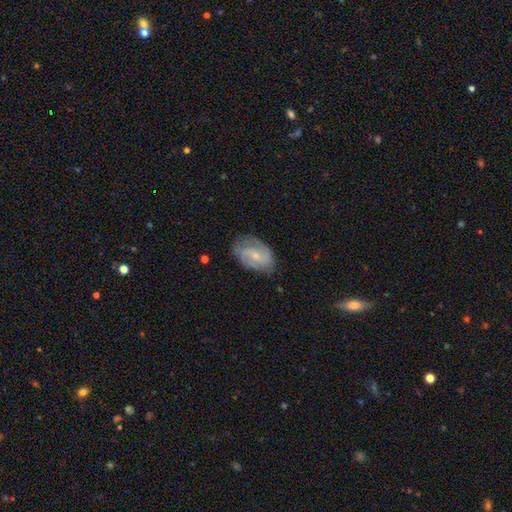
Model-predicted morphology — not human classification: Smooth or featured? featured or disk (74%)
Edge-on disk? no (97%)
Bar? weak (46%)
Spiral arms? yes (93%)
Spiral winding? medium (47%)
Spiral arm count? 2 (64%)
Bulge size? small (65%)
Merging? none (72%)